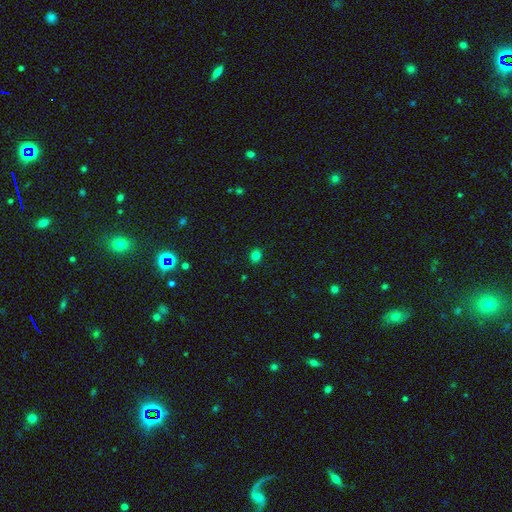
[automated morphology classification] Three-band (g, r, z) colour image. It shows a smooth galaxy with no disk features (80%) that is round (66%). Merging: none (89%).